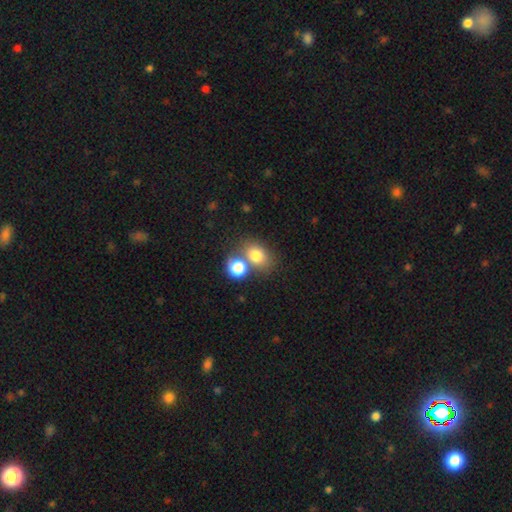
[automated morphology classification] smooth 77%, star or artifact 12%, featured or disk 11%. Down the decision tree: how rounded — round (50%); merging — none (50%).